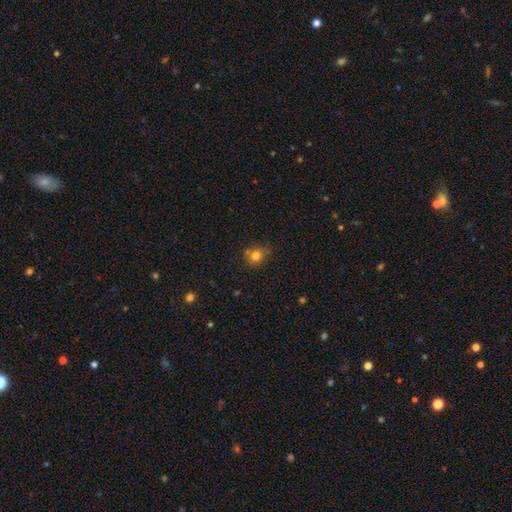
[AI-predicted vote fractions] Overall: smooth (76%). How rounded: round (73%). Merging: none (65%).